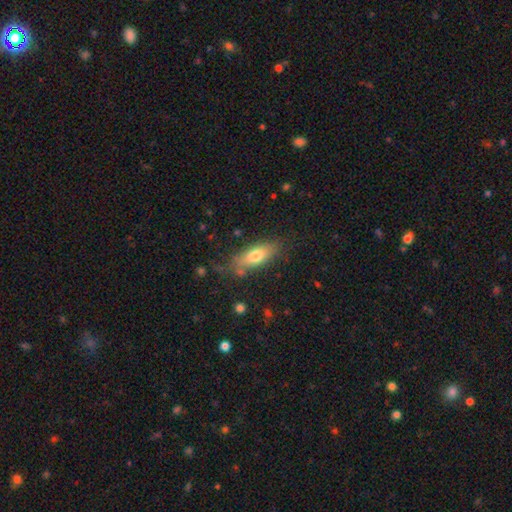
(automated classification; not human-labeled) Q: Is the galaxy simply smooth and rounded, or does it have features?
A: smooth — 71%.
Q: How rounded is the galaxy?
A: in between — 67%.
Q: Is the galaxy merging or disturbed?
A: none — 74%.